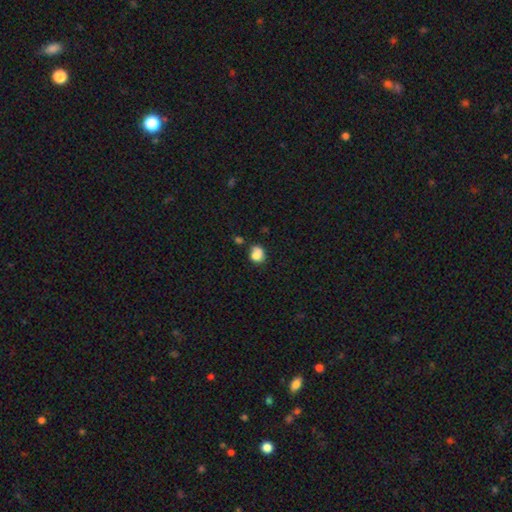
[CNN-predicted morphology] A smooth galaxy with no disk features (79%) that is round (58%). Merging: none (43%).